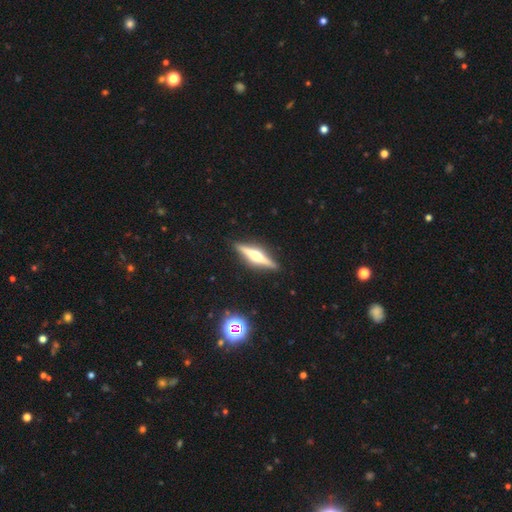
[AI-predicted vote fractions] Overall: featured or disk (76%). Edge-on disk: yes (98%). Edge-on bulge: rounded (90%). Merging: none (91%).